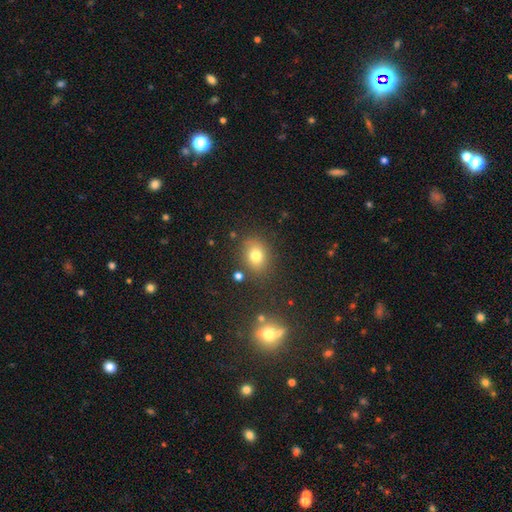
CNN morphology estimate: Smooth or featured? Predicted: smooth (p=0.76). How rounded? Predicted: in between (p=0.52). Merging? Predicted: none (p=0.80).